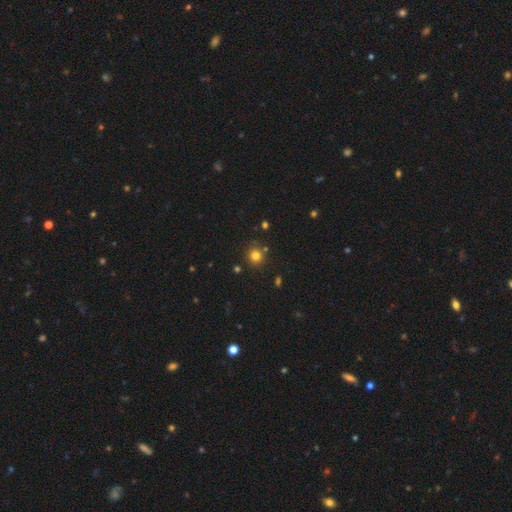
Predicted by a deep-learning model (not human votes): Smooth or featured: smooth — 79% (star or artifact — 15%)
How rounded: round — 93% (in between — 6%)
Merging: none — 85% (minor disturbance — 8%)